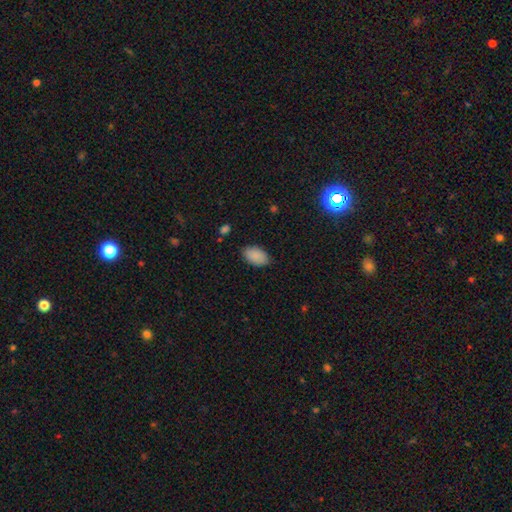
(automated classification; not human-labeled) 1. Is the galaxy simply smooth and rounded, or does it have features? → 89% smooth, 7% star or artifact, 4% featured or disk.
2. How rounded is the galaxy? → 92% in between, 6% round, 1% cigar-shaped.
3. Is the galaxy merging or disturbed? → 85% none, 11% minor disturbance, 2% major disturbance, 1% merger.